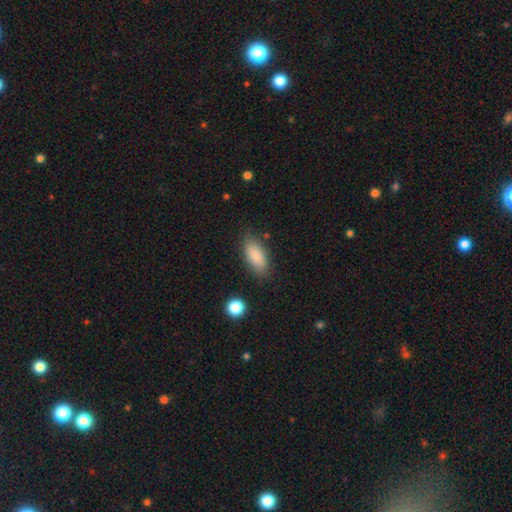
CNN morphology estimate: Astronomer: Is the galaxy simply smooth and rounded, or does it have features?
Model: smooth — 87%.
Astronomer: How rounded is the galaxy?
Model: in between — 85%.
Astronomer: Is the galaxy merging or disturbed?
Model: none — 81%.